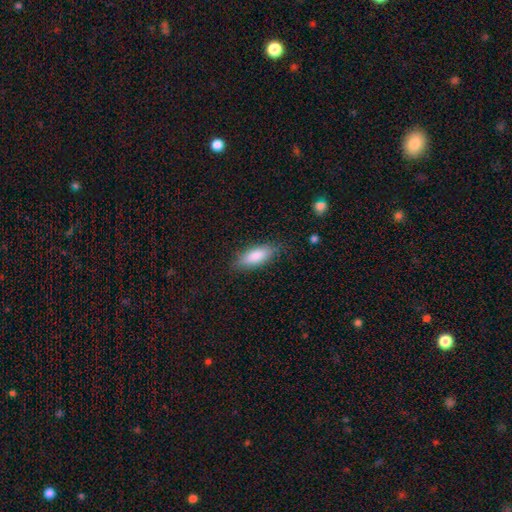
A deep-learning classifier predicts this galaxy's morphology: Smooth or featured?
  - smooth: 83% *
  - featured or disk: 10%
  - star or artifact: 6%
How rounded?
  - in between: 72% *
  - cigar-shaped: 26%
  - round: 2%
Merging?
  - none: 81% *
  - minor disturbance: 15%
  - major disturbance: 3%
  - merger: 1%